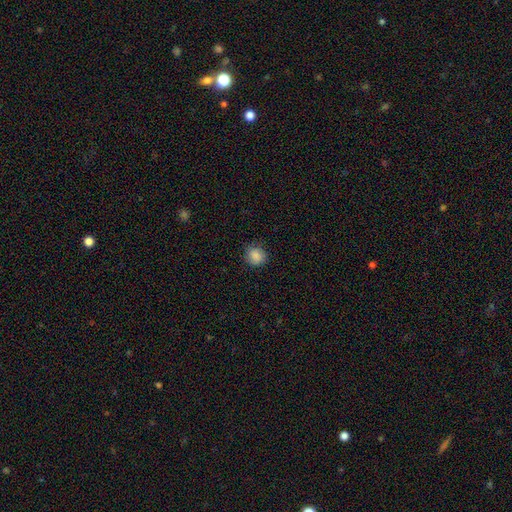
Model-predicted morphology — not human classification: smooth 87%, star or artifact 9%, featured or disk 4%. Down the decision tree: how rounded — round (86%); merging — none (85%).